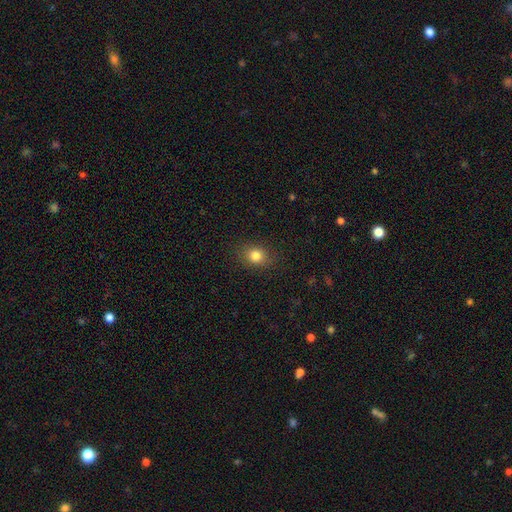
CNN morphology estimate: This appears to be a smooth galaxy with no disk features (81%) that is round (59%). Merging: none (87%).